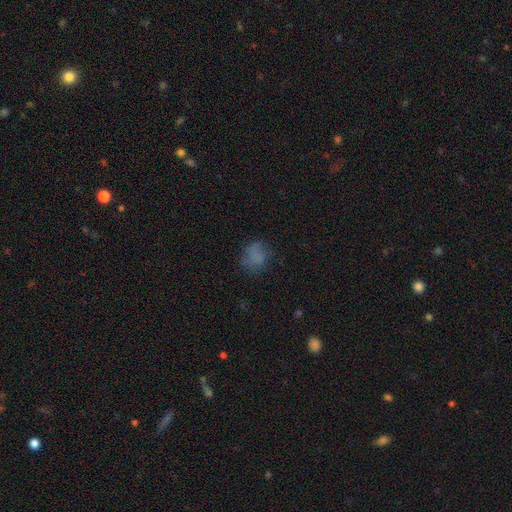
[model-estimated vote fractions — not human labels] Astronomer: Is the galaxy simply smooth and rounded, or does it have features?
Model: smooth — 69%.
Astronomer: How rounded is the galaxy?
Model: round — 65%.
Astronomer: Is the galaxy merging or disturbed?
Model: none — 61%.